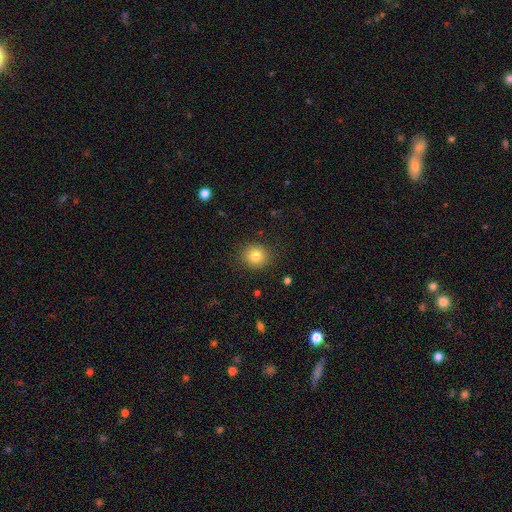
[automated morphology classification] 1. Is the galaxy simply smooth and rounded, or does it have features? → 82% smooth, 11% star or artifact, 7% featured or disk.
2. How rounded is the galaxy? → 85% round, 14% in between, 1% cigar-shaped.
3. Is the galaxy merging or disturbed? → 88% none, 8% minor disturbance, 3% major disturbance, 1% merger.